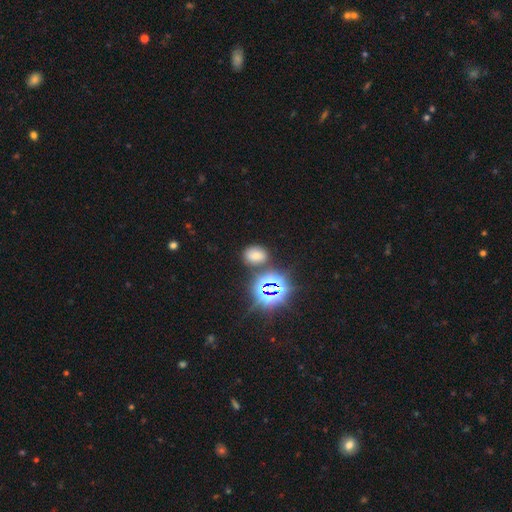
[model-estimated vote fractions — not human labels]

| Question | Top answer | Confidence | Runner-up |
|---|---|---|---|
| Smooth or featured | smooth | 56% | star or artifact (35%) |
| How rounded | in between | 69% | round (30%) |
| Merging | none | 76% | minor disturbance (12%) |